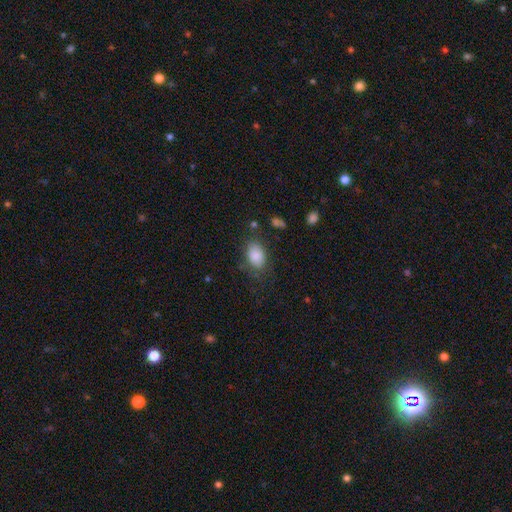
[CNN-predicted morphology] A smooth galaxy with no disk features (86%) that is in between round and cigar-shaped (87%). Merging: none (69%).